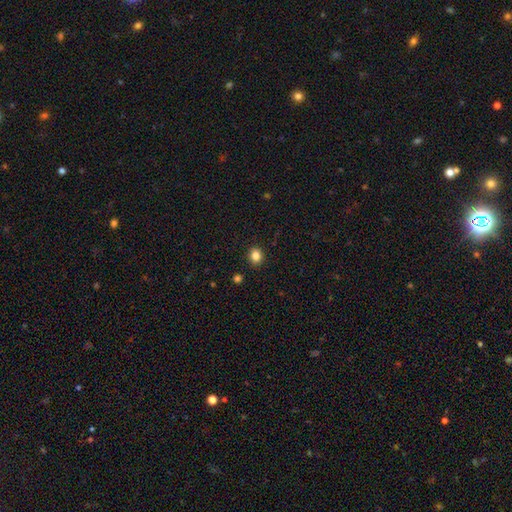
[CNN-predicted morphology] type=smooth (84%); roundness=round (76%); merging=none (92%).